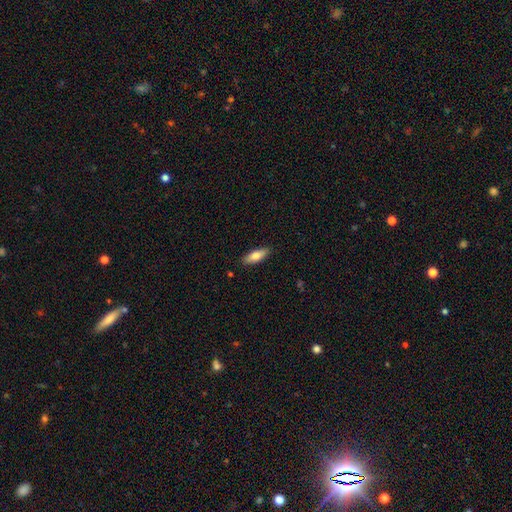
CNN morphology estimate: This appears to be a smooth galaxy with no disk features (75%) that is in between round and cigar-shaped (63%). Merging: none (87%).